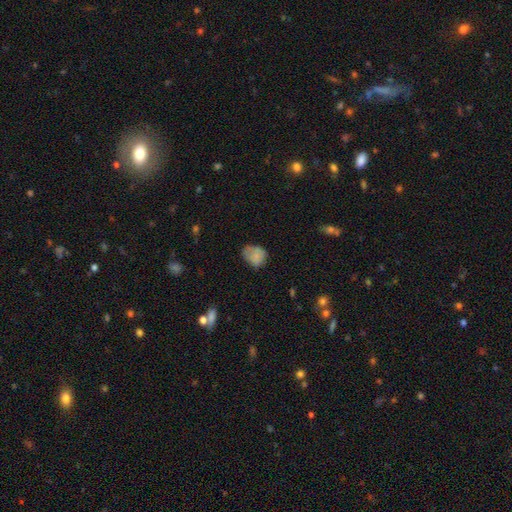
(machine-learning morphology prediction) smooth_or_featured: smooth (p=0.76) [alt: featured or disk p=0.14]
how_rounded: in between (p=0.52) [alt: round p=0.47]
merging: none (p=0.47) [alt: minor disturbance p=0.36]